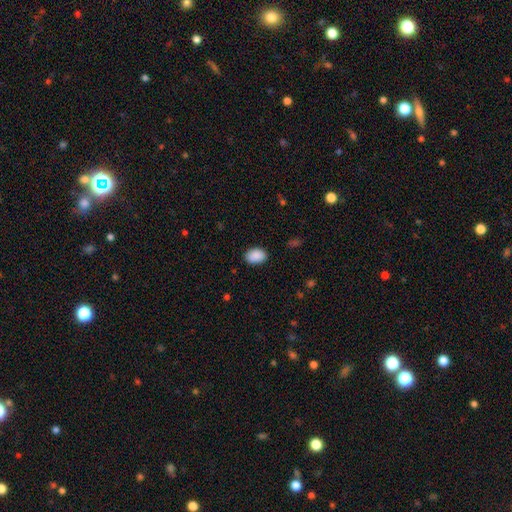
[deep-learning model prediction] Smooth or featured: smooth — 90% (star or artifact — 7%)
How rounded: in between — 85% (round — 14%)
Merging: none — 87% (minor disturbance — 9%)